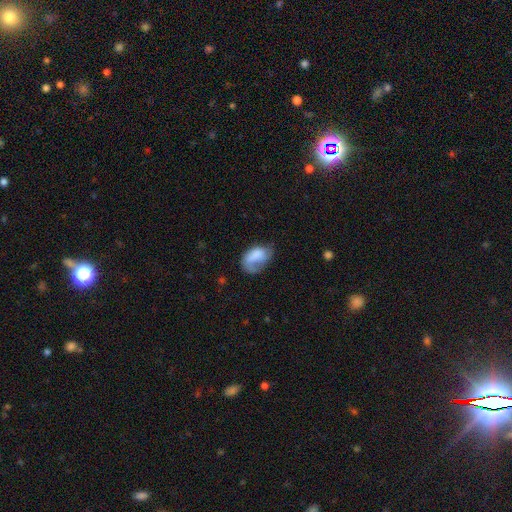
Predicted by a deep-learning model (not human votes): This appears to be a smooth galaxy with no disk features (69%) that is in between round and cigar-shaped (87%). Merging: none (35%).